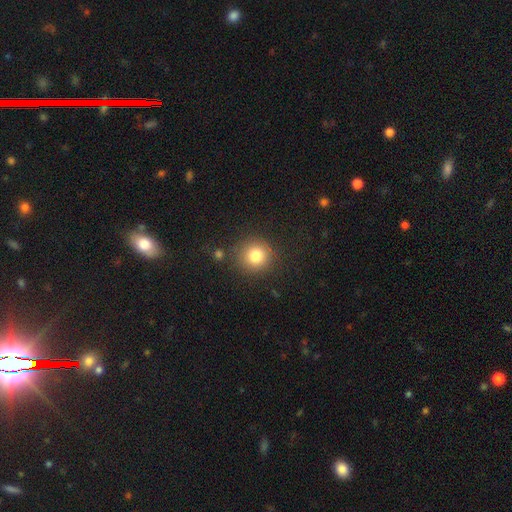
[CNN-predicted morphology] Smooth or featured: smooth — 81% (star or artifact — 11%)
How rounded: round — 91% (in between — 8%)
Merging: none — 84% (minor disturbance — 9%)